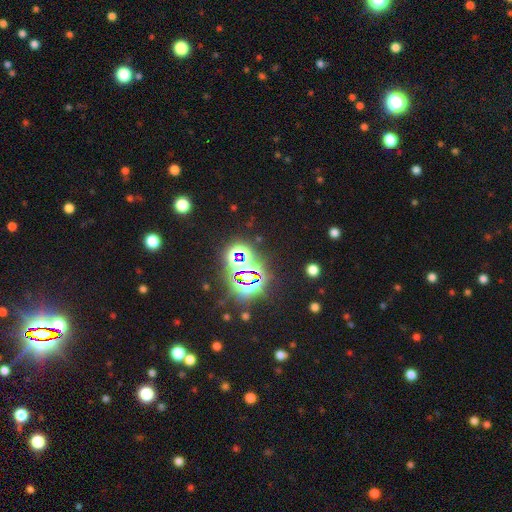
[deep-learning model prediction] Morphology: type=star or artifact (54%).